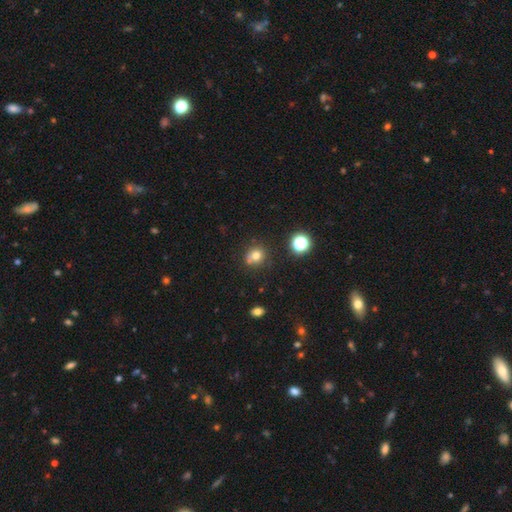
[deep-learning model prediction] smooth 74%, star or artifact 16%, featured or disk 10%. Down the decision tree: how rounded — round (77%); merging — none (65%).